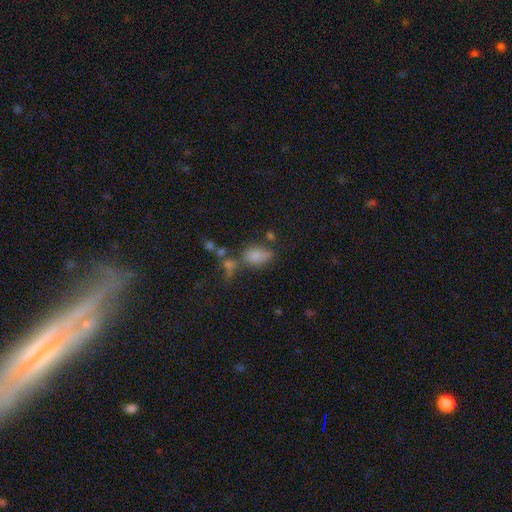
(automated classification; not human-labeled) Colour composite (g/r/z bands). It shows a smooth galaxy with no disk features (70%) that is in between round and cigar-shaped (83%). Merging: none (45%).